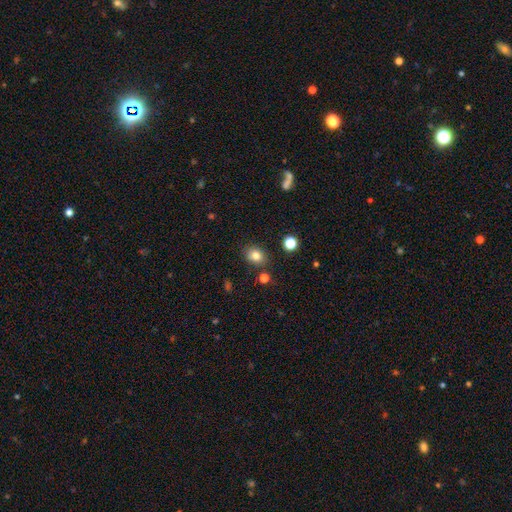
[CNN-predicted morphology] type=smooth (81%); roundness=round (52%); merging=none (82%).